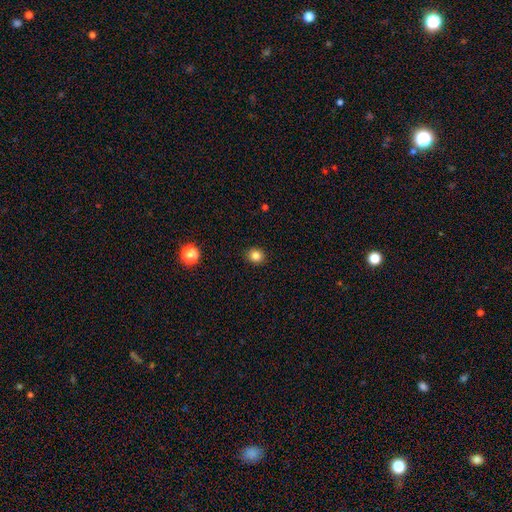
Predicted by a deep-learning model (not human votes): smooth 84%, star or artifact 12%, featured or disk 5%. Down the decision tree: how rounded — round (82%); merging — none (91%).